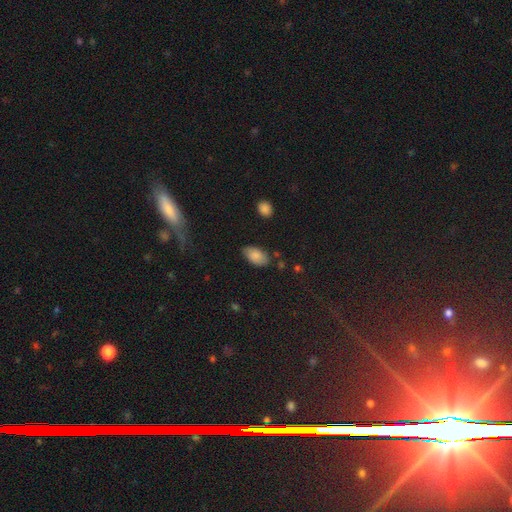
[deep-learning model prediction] A smooth galaxy with no disk features (84%) that is in between round and cigar-shaped (94%). Merging: none (77%).